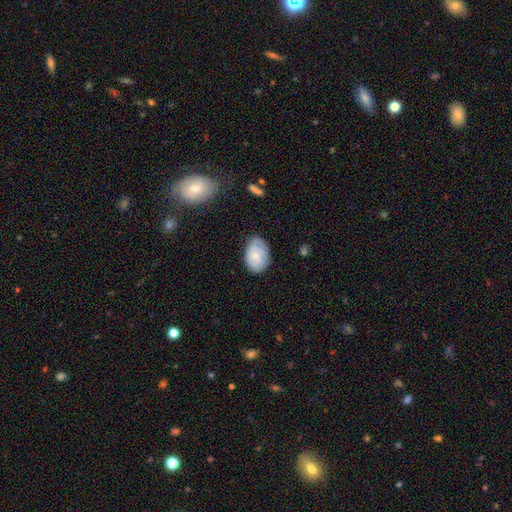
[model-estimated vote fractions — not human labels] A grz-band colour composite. It shows a smooth galaxy with no disk features (56%) that is in between round and cigar-shaped (82%). Merging: none (67%).